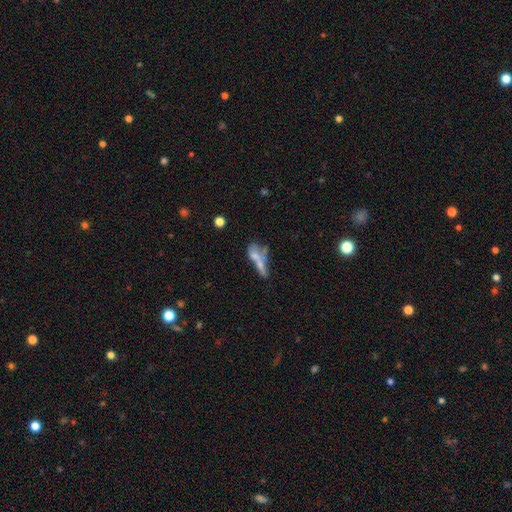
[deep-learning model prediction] smooth 53%, featured or disk 35%, star or artifact 12%. Down the decision tree: how rounded — cigar-shaped (50%); merging — merger (51%).